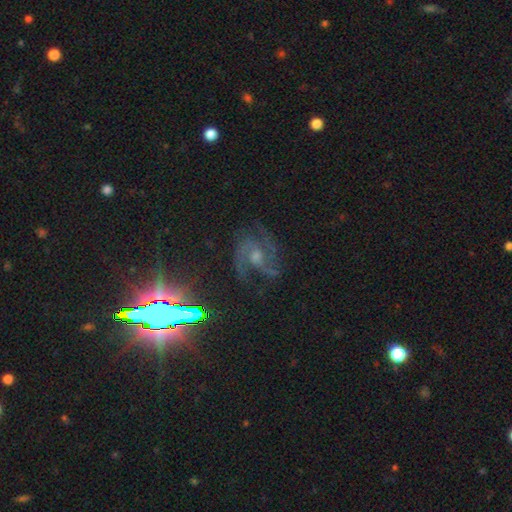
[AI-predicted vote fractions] Overall: featured or disk (75%). Edge-on disk: no (97%). Bar: no (54%; weak 35%). Spiral arms: yes (96%). Spiral arm count: 2 (44%; 3 28%). Spiral winding: medium (55%; tight 27%). Bulge size: moderate (48%; small 40%). Merging: none (68%).